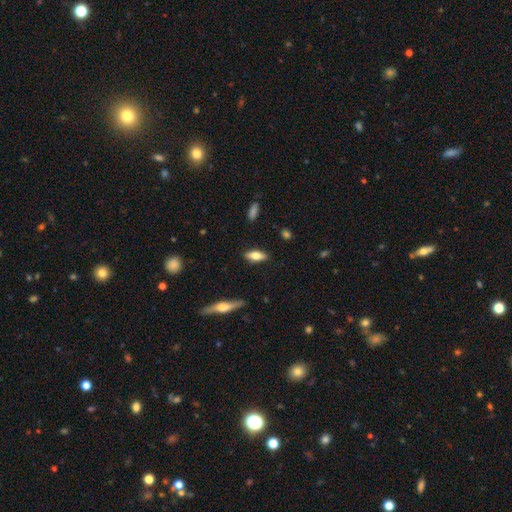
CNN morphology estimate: smooth 60%, featured or disk 33%, star or artifact 7%. Down the decision tree: how rounded — in between (70%); merging — none (87%).